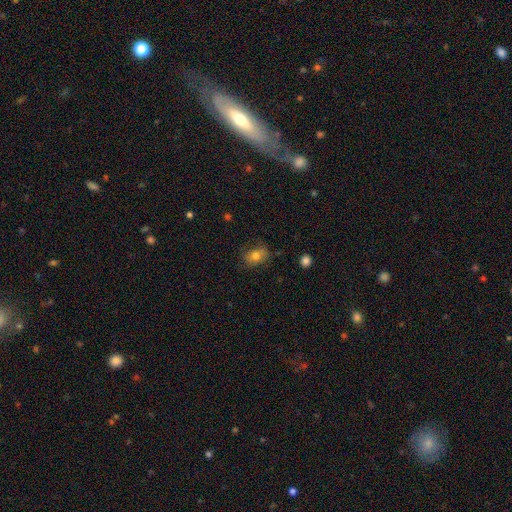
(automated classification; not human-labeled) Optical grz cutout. It shows a smooth galaxy with no disk features (78%) that is in between round and cigar-shaped (70%). Merging: none (72%).